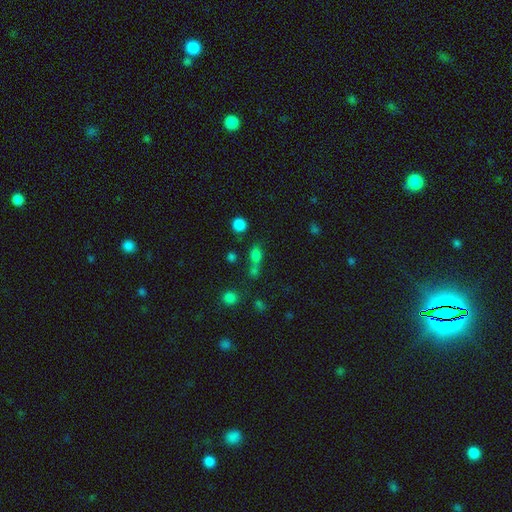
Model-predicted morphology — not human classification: This appears to be a smooth galaxy with no disk features (70%) that is in between round and cigar-shaped (46%). Merging: none (42%).